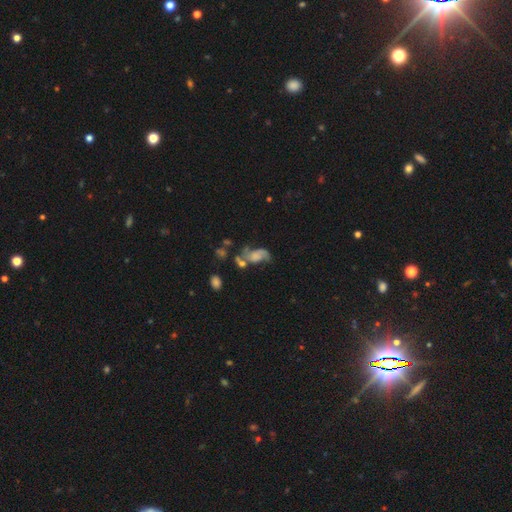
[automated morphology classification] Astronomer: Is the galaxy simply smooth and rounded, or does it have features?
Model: featured or disk — 70%.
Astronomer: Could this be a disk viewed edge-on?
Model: no — 97%.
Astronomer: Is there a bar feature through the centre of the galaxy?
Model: no — 67%.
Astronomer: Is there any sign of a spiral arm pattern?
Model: yes — 88%.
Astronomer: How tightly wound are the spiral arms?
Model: loose — 52% (runner-up: medium, 35%).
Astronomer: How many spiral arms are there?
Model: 2 — 79%.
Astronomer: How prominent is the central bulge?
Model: none — 48%.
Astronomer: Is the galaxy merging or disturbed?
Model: none — 33% (runner-up: major disturbance, 28%).